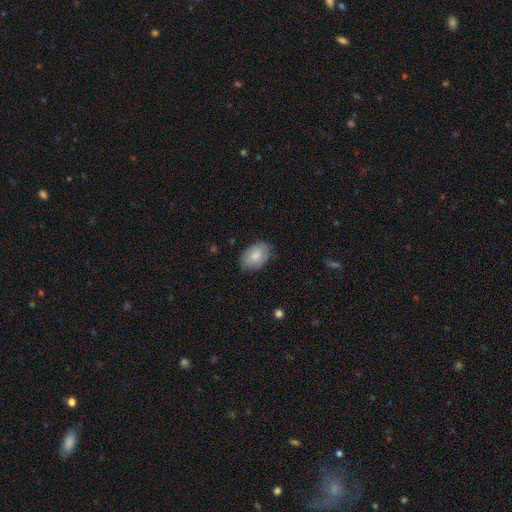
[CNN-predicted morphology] Smooth or featured? Predicted: smooth (p=0.81). How rounded? Predicted: in between (p=0.88). Merging? Predicted: none (p=0.80).